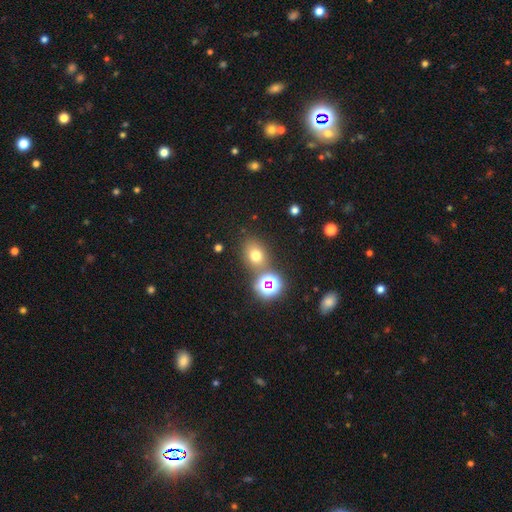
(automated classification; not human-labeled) Smooth or featured?
  - smooth: 65% *
  - star or artifact: 24%
  - featured or disk: 10%
How rounded?
  - round: 53% *
  - in between: 45%
  - cigar-shaped: 1%
Merging?
  - none: 72% *
  - merger: 13%
  - minor disturbance: 11%
  - major disturbance: 4%